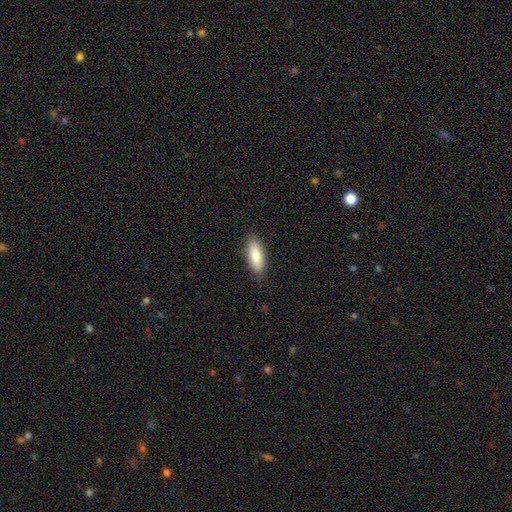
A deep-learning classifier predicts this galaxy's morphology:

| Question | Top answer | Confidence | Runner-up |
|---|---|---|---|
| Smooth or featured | smooth | 85% | featured or disk (10%) |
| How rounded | in between | 70% | cigar-shaped (28%) |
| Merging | none | 84% | minor disturbance (12%) |